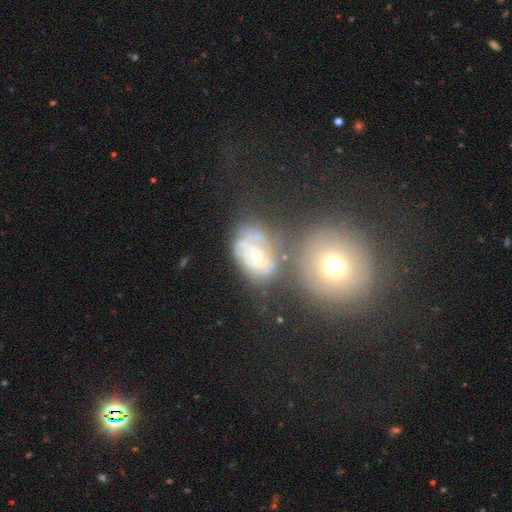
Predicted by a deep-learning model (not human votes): Morphology: type=featured or disk (72%); edge-on=no (96%); bar=no (58%); spiral arms=yes (83%); winding=tight (64%); arm count=can't tell (46%); bulge=small (48%); merging=none (50%).